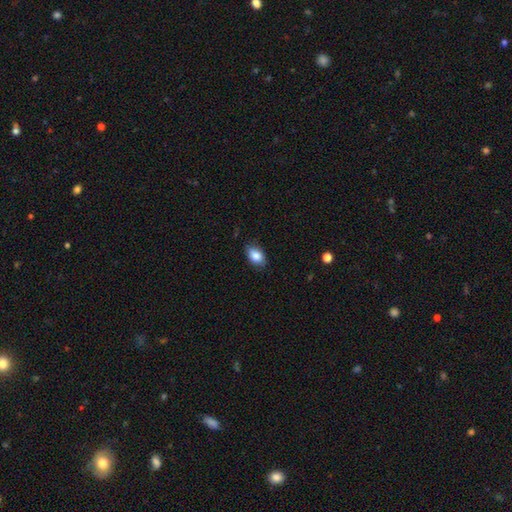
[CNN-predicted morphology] type=smooth (85%); roundness=in between (90%); merging=none (83%).